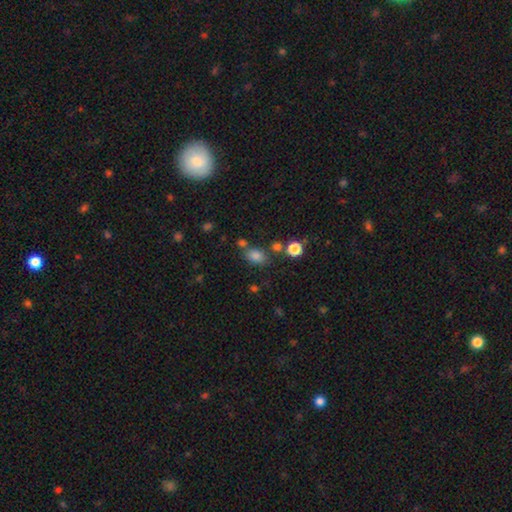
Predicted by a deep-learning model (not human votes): Smooth or featured? smooth (80%)
How rounded? in between (73%)
Merging? none (66%)